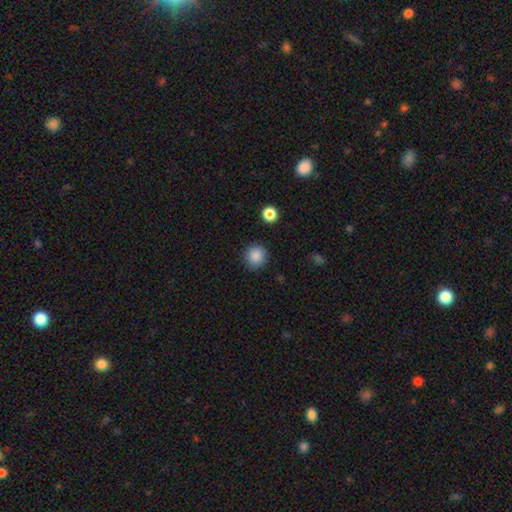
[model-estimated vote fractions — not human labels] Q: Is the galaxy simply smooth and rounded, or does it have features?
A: smooth — 87%.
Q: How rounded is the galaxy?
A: round — 94%.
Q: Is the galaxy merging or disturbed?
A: none — 90%.